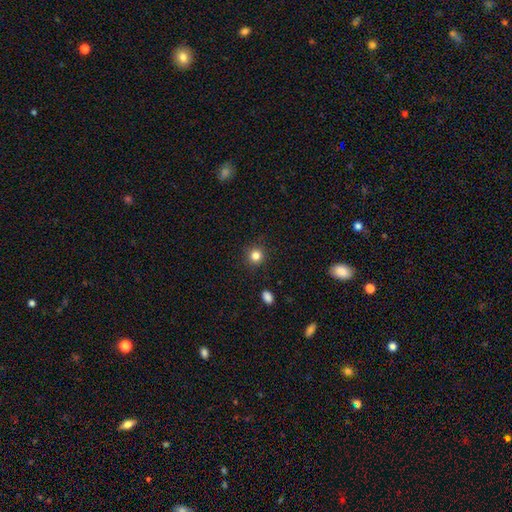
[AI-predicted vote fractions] A smooth galaxy with no disk features (83%) that is round (92%). Merging: none (90%).